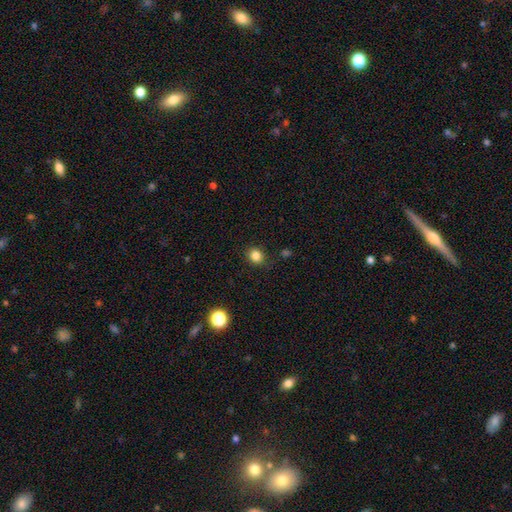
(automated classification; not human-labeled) Smooth or featured? smooth (83%)
How rounded? round (69%)
Merging? none (87%)